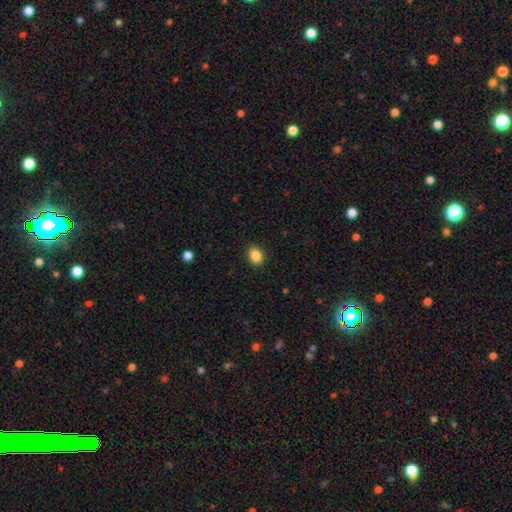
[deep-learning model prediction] Smooth or featured?
  - smooth: 87% *
  - star or artifact: 9%
  - featured or disk: 4%
How rounded?
  - in between: 56% *
  - round: 43%
  - cigar-shaped: 1%
Merging?
  - none: 89% *
  - minor disturbance: 8%
  - major disturbance: 2%
  - merger: 1%